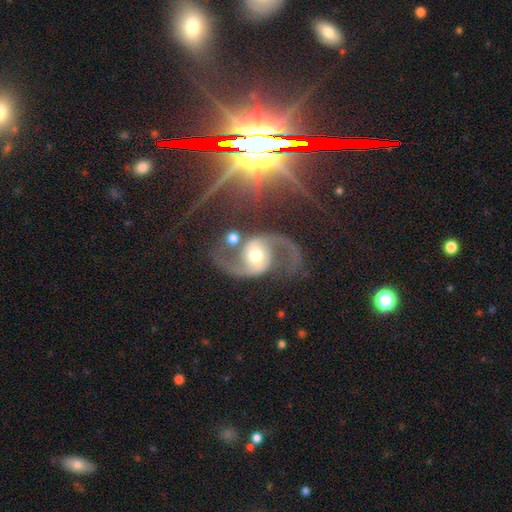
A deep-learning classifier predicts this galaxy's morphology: A featured or disk galaxy (90%) with no bar (50%), 2 (94%) loose (50%) spiral arms (97%) and a moderate central bulge (71%).

Vote fractions:
- Smooth or featured? featured or disk: 90% / star or artifact: 5% / smooth: 5%
- Edge-on disk? no: 98% / yes: 2%
- Bar? no: 50% / weak: 33% / strong: 16%
- Spiral arms? yes: 97% / no: 3%
- Spiral winding? loose: 50% / medium: 42% / tight: 8%
- Spiral arm count? 2: 94% / 1: 2% / can't tell: 1% / 3: 1% / 4: 1% / more than 4: 1%
- Bulge size? moderate: 71% / small: 14% / large: 12% / dominant: 2% / none: 1%
- Merging? none: 61% / minor disturbance: 14% / merger: 13% / major disturbance: 12%